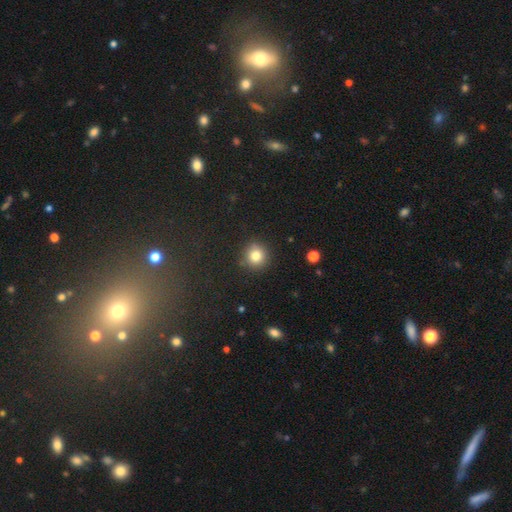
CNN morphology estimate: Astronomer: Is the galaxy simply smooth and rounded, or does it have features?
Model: smooth — 81%.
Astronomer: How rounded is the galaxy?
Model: round — 93%.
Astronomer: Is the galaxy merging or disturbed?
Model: none — 89%.